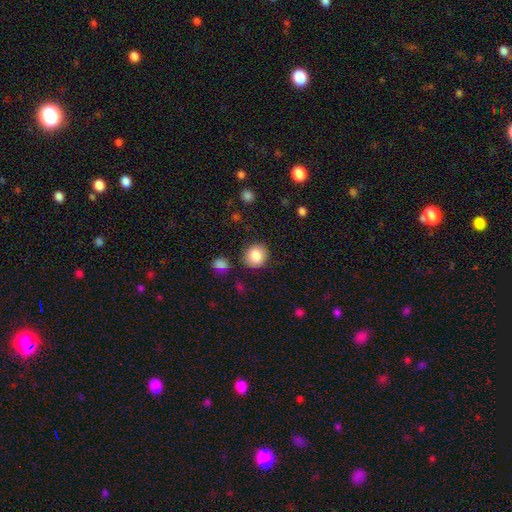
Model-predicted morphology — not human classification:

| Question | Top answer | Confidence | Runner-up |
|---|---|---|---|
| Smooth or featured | smooth | 85% | star or artifact (9%) |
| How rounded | round | 82% | in between (17%) |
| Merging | none | 86% | minor disturbance (9%) |